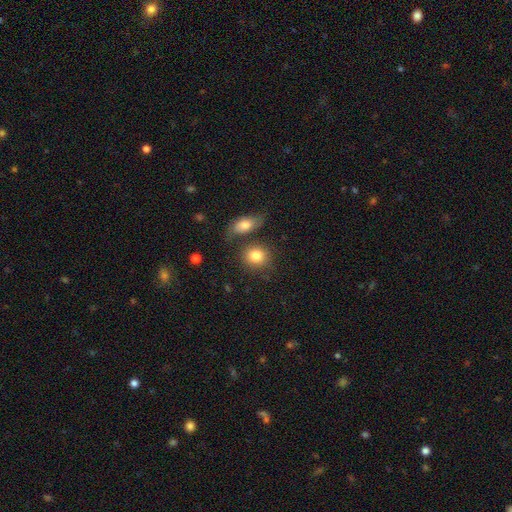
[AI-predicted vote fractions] This is clearly a smooth galaxy (82%). How rounded: likely round (73%). Merging: likely none (67%).